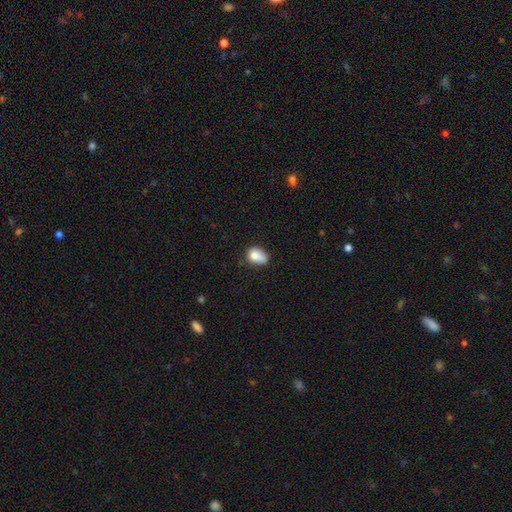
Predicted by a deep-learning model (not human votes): smooth 81%, featured or disk 10%, star or artifact 9%. Down the decision tree: how rounded — in between (78%); merging — none (46%).